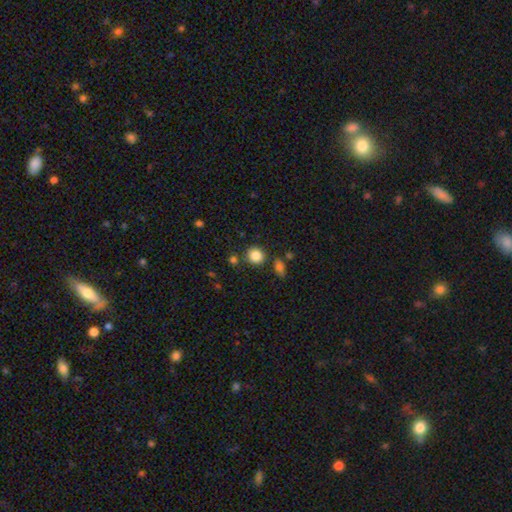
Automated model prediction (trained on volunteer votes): Smooth or featured?
  - smooth: 84% *
  - star or artifact: 10%
  - featured or disk: 5%
How rounded?
  - round: 87% *
  - in between: 12%
  - cigar-shaped: 1%
Merging?
  - none: 81% *
  - minor disturbance: 9%
  - merger: 7%
  - major disturbance: 3%